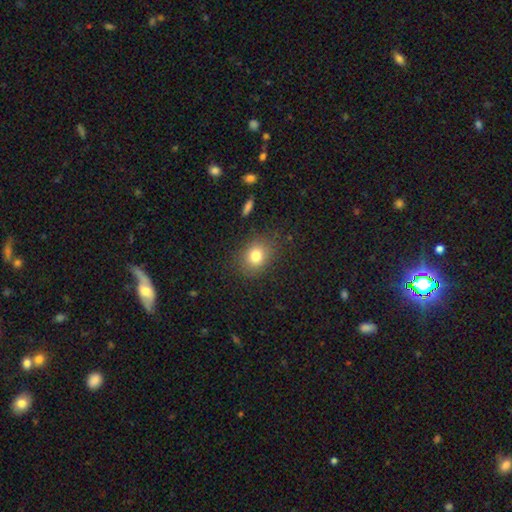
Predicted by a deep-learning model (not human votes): Smooth or featured?
  - smooth: 79% *
  - star or artifact: 12%
  - featured or disk: 9%
How rounded?
  - round: 54% *
  - in between: 45%
  - cigar-shaped: 1%
Merging?
  - none: 83% *
  - minor disturbance: 11%
  - major disturbance: 4%
  - merger: 2%